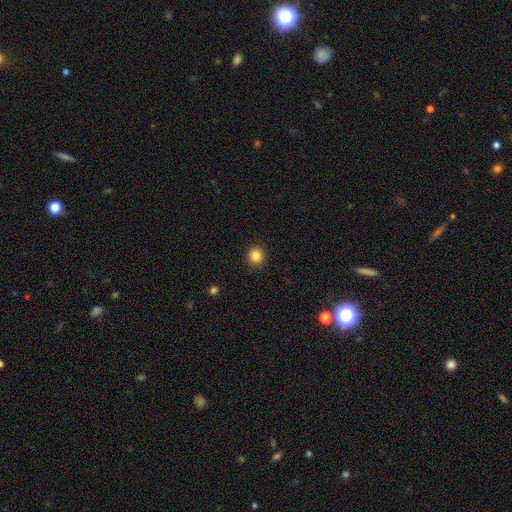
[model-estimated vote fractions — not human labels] smooth_or_featured: smooth (p=0.85) [alt: star or artifact p=0.11]
how_rounded: round (p=0.87) [alt: in between p=0.12]
merging: none (p=0.91) [alt: minor disturbance p=0.06]